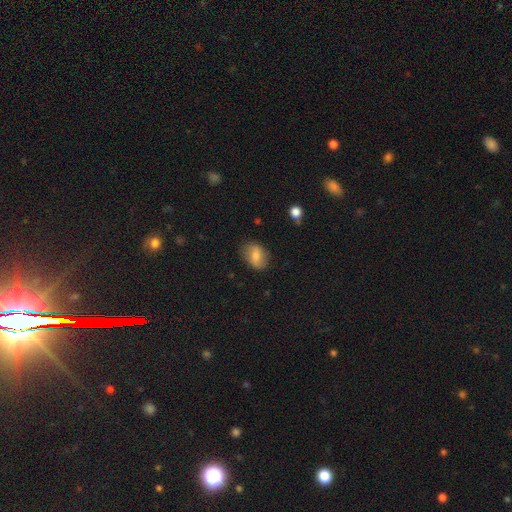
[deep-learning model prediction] Smooth or featured: smooth — 68% (featured or disk — 25%)
How rounded: in between — 73% (round — 25%)
Merging: none — 77% (minor disturbance — 17%)